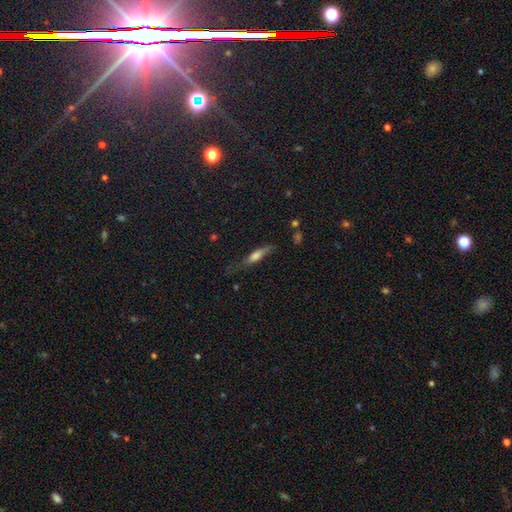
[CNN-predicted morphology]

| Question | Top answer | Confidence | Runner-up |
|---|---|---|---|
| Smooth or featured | smooth | 53% | featured or disk (38%) |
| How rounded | cigar-shaped | 74% | in between (23%) |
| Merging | none | 58% | minor disturbance (27%) |